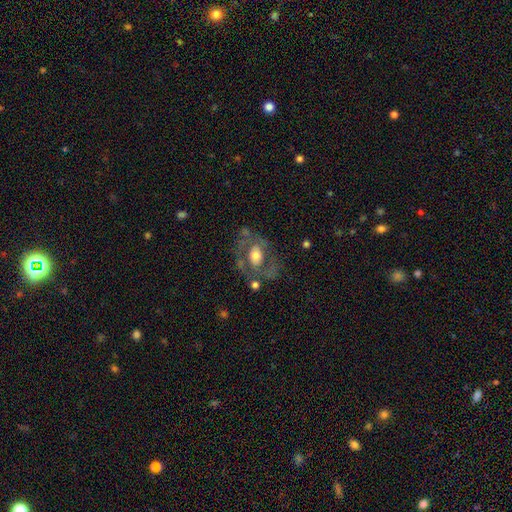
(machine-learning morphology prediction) A featured or disk galaxy (59%) with no bar (72%), no spiral arms (59%) and a moderate central bulge (58%). Merging: none (55%).